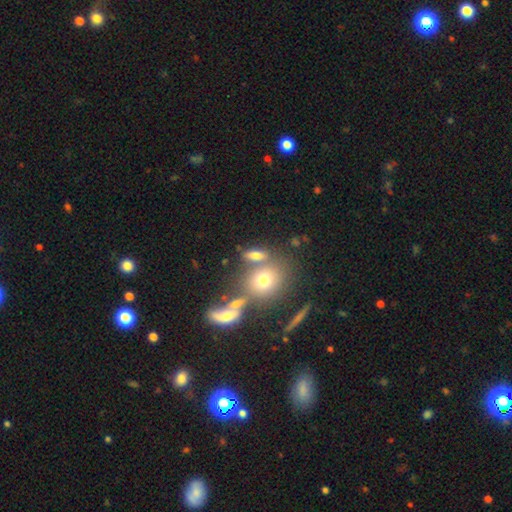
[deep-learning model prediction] smooth 67%, featured or disk 18%, star or artifact 15%. Down the decision tree: how rounded — in between (62%); merging — none (53%).